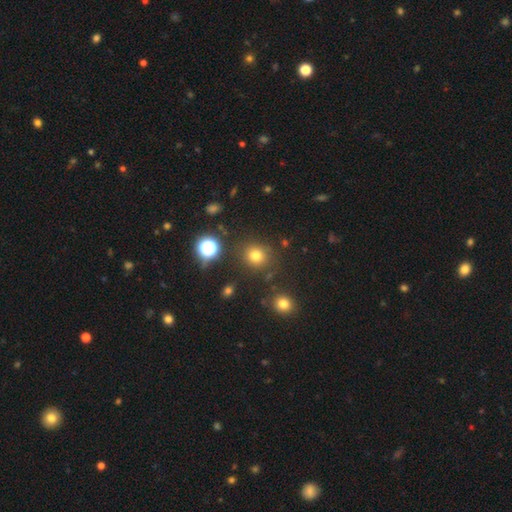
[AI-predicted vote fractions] Smooth or featured? Predicted: smooth (p=0.73). How rounded? Predicted: round (p=0.86). Merging? Predicted: none (p=0.84).